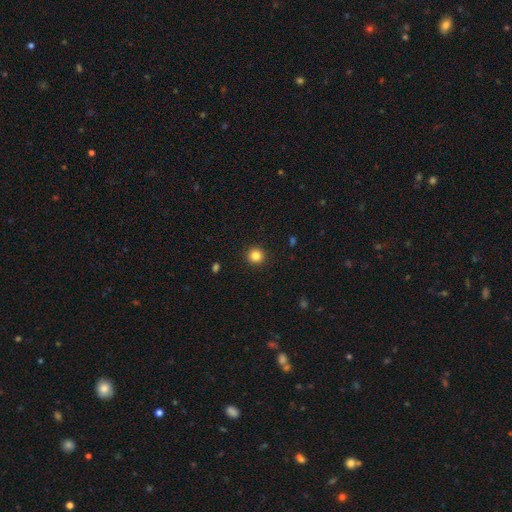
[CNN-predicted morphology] smooth_or_featured: smooth (p=0.83) [alt: star or artifact p=0.12]
how_rounded: round (p=0.95) [alt: in between p=0.04]
merging: none (p=0.93) [alt: minor disturbance p=0.05]